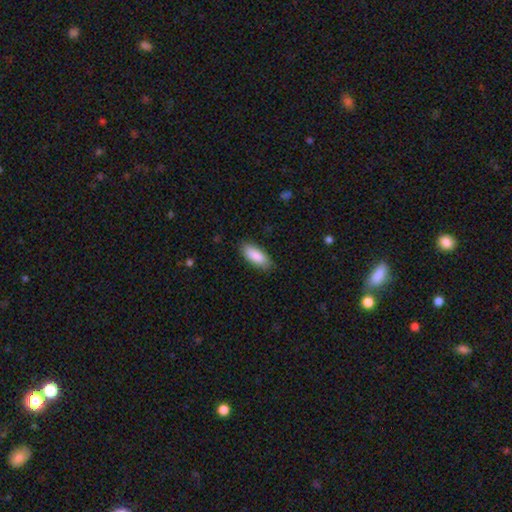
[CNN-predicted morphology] Smooth or featured: smooth — 88% (featured or disk — 6%)
How rounded: in between — 80% (cigar-shaped — 18%)
Merging: none — 85% (minor disturbance — 11%)